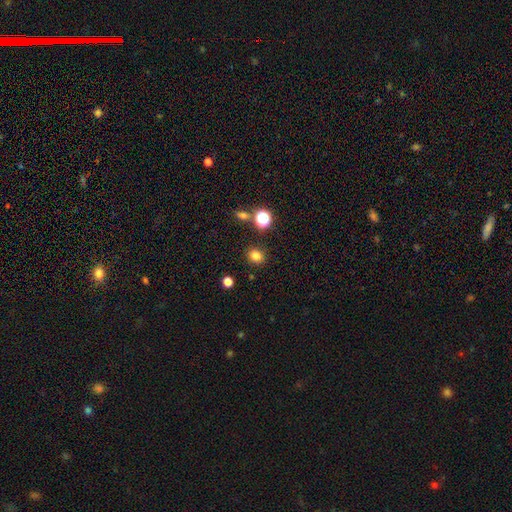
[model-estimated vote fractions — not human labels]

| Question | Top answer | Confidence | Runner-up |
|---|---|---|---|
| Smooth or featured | smooth | 79% | star or artifact (15%) |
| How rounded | round | 67% | in between (32%) |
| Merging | none | 87% | minor disturbance (8%) |